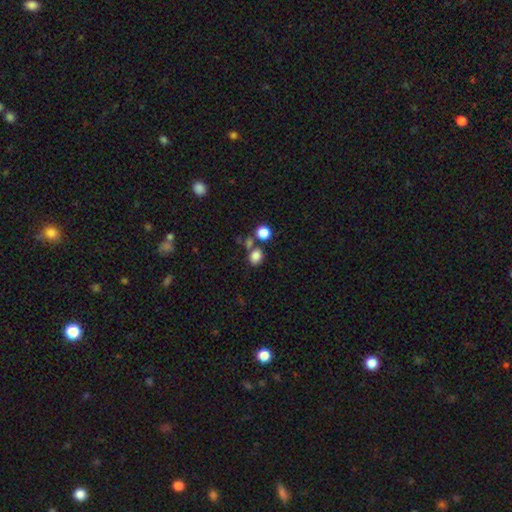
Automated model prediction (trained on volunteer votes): This is clearly a smooth galaxy (81%). How rounded: possibly round (56%). Merging: possibly none (59%).